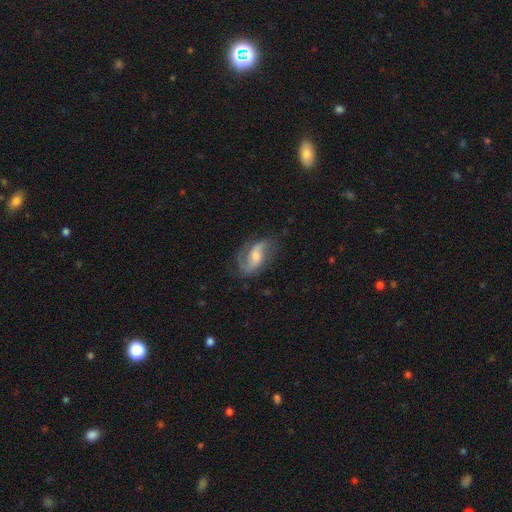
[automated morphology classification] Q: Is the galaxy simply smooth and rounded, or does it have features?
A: featured or disk — 79%.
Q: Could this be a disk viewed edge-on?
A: no — 96%.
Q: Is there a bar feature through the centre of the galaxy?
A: weak — 42%.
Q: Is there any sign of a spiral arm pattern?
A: yes — 94%.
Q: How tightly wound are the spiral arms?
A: loose — 42%, tied with medium.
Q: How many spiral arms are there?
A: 2 — 80%.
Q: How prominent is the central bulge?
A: moderate — 51%.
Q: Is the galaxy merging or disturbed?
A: none — 68%.